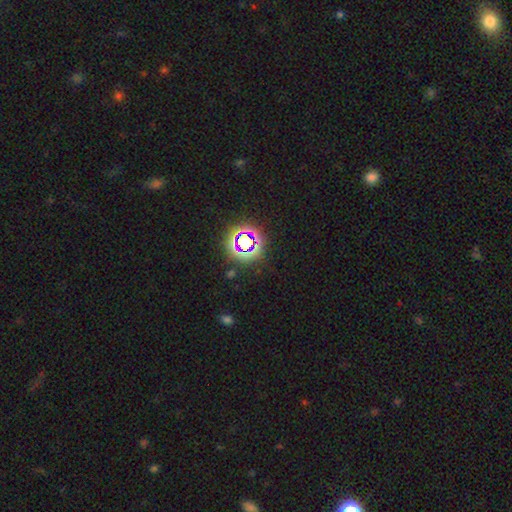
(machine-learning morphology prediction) type=star or artifact (75%).